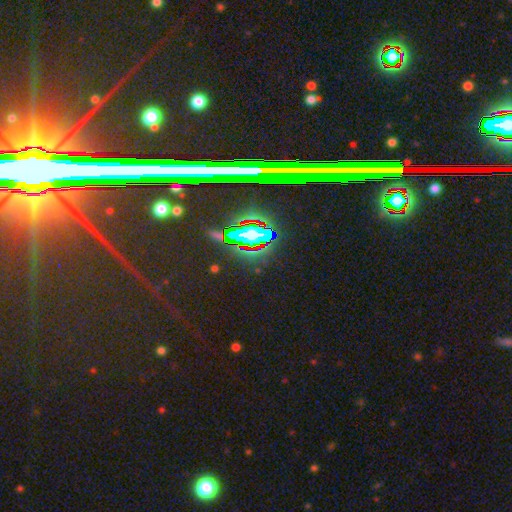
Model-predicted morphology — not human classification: type=star or artifact (77%).